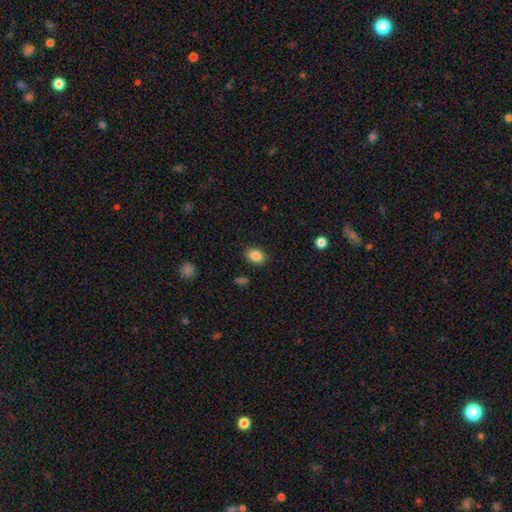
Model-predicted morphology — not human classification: Q: Smooth or featured?
A: smooth (86%); runner-up: star or artifact (9%)
Q: How rounded?
A: in between (78%); runner-up: round (21%)
Q: Merging?
A: none (87%); runner-up: minor disturbance (9%)